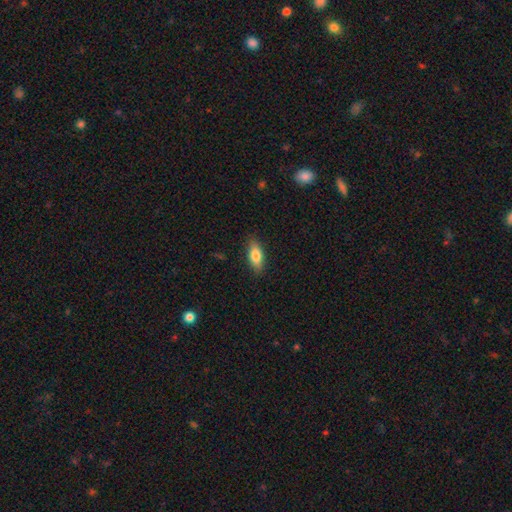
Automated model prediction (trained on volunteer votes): Smooth or featured? Predicted: smooth (p=0.78). How rounded? Predicted: in between (p=0.77). Merging? Predicted: none (p=0.87).